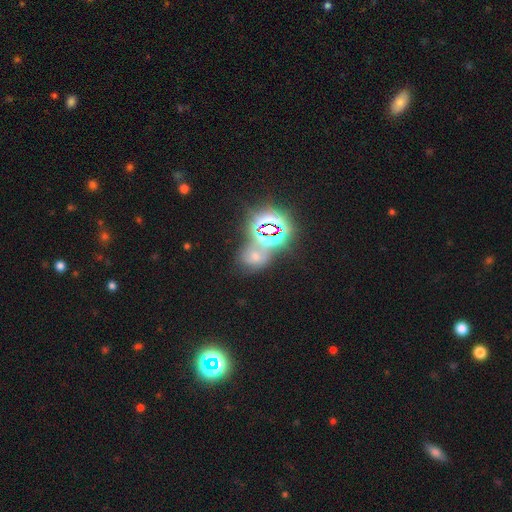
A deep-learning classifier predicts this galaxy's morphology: smooth-or-featured: star or artifact: 63% | smooth: 25% | featured or disk: 12%